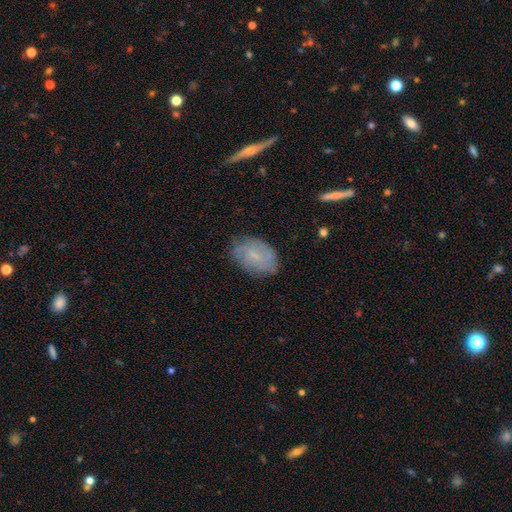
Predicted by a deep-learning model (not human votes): smooth_or_featured: smooth (p=0.52) [alt: featured or disk p=0.40]
how_rounded: in between (p=0.85) [alt: round p=0.13]
merging: none (p=0.75) [alt: minor disturbance p=0.19]